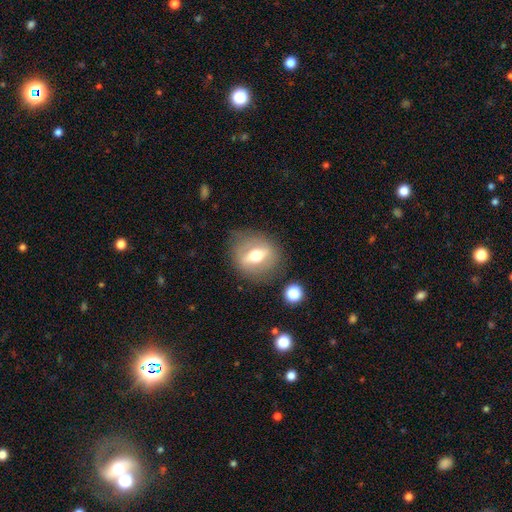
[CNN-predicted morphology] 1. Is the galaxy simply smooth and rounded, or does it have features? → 59% featured or disk, 33% smooth, 8% star or artifact.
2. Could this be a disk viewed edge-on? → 69% no, 31% yes.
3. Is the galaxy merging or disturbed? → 78% none, 14% minor disturbance, 6% major disturbance, 2% merger.